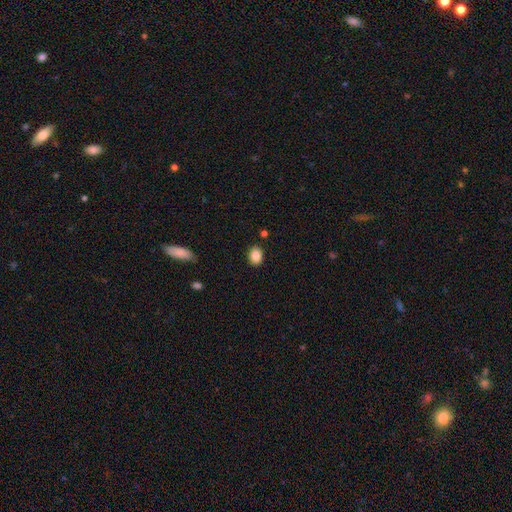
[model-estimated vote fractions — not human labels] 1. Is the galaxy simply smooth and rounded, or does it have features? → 86% smooth, 9% star or artifact, 5% featured or disk.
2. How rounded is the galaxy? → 56% in between, 43% round, 1% cigar-shaped.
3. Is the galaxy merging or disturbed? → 88% none, 8% minor disturbance, 2% major disturbance, 2% merger.